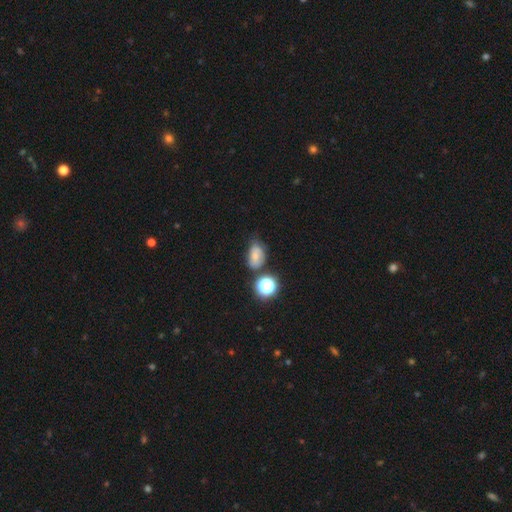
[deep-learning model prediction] Smooth or featured?
  - smooth: 58% *
  - featured or disk: 24%
  - star or artifact: 18%
How rounded?
  - in between: 75% *
  - round: 24%
  - cigar-shaped: 2%
Merging?
  - none: 51% *
  - minor disturbance: 31%
  - major disturbance: 10%
  - merger: 8%